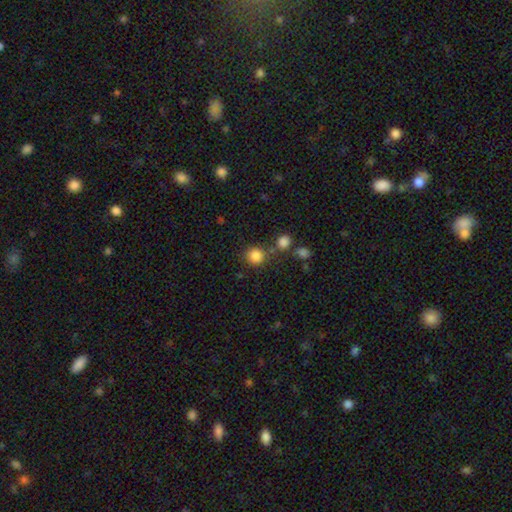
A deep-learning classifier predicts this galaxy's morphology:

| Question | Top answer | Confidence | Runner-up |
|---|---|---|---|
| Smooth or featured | smooth | 84% | star or artifact (11%) |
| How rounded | round | 91% | in between (8%) |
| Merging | none | 74% | merger (12%) |